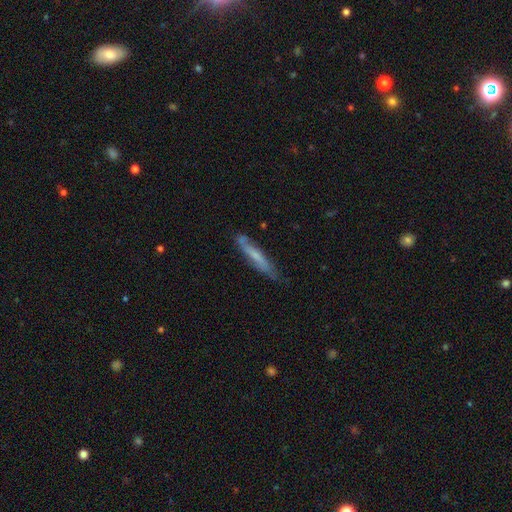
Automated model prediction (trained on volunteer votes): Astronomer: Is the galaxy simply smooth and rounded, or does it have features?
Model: smooth — 48% (runner-up: featured or disk, 46%).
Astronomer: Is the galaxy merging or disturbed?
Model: none — 71%.